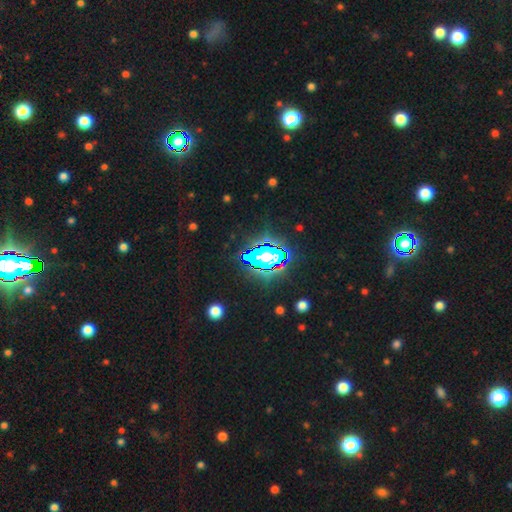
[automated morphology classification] This appears to be a star or artifact, not a galaxy (82%).